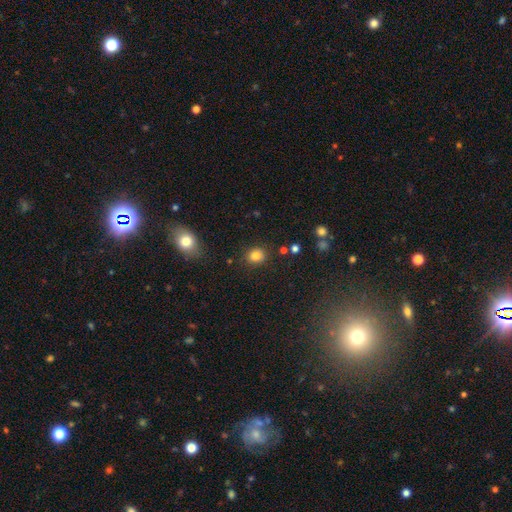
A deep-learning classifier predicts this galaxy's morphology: This is clearly a smooth galaxy (82%). How rounded: likely round (71%). Merging: clearly none (85%).